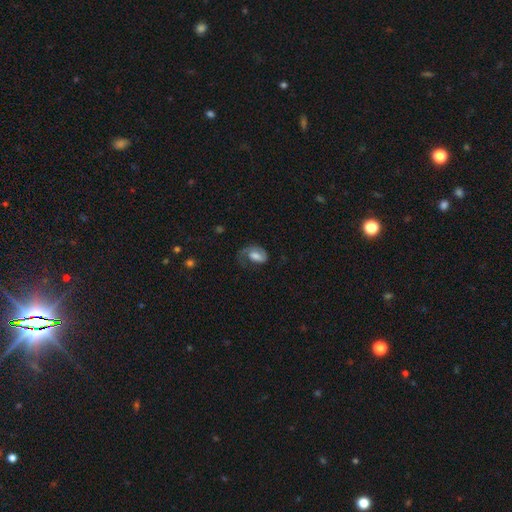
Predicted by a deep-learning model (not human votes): A featured or disk galaxy (49%).

Vote fractions:
- Smooth or featured? featured or disk: 49% / smooth: 44% / star or artifact: 8%
- Merging? major disturbance: 40% / none: 37% / minor disturbance: 21% / merger: 2%